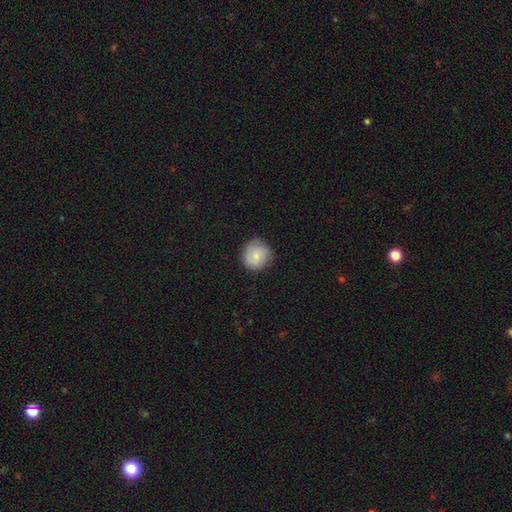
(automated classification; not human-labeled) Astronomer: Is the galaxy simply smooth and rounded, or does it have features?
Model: smooth — 76%.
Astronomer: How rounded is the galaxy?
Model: round — 91%.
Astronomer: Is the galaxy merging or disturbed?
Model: none — 81%.